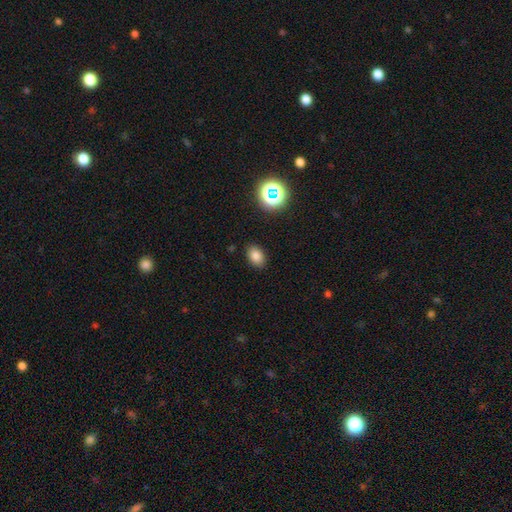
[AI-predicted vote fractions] Smooth or featured? Predicted: smooth (p=0.81). How rounded? Predicted: in between (p=0.80). Merging? Predicted: none (p=0.87).